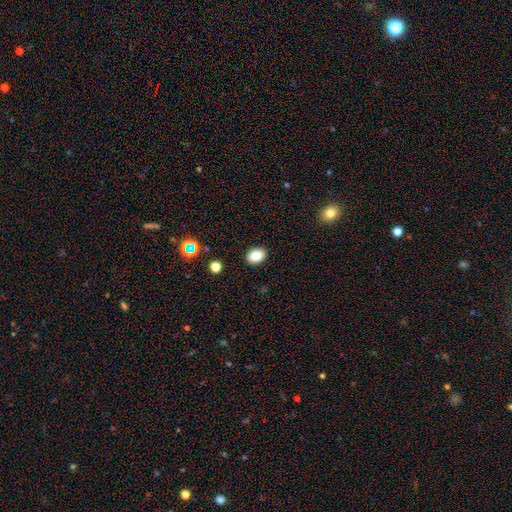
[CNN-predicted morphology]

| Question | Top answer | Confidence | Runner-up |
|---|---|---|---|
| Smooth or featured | smooth | 83% | star or artifact (10%) |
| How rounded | in between | 71% | round (28%) |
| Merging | none | 90% | minor disturbance (7%) |